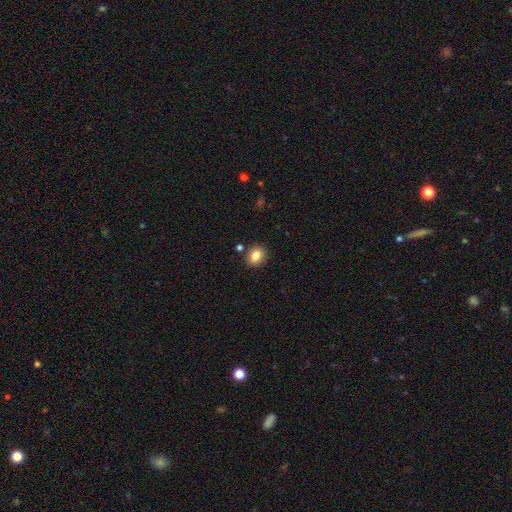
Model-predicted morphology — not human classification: Smooth or featured? Predicted: smooth (p=0.85). How rounded? Predicted: round (p=0.52). Merging? Predicted: none (p=0.85).